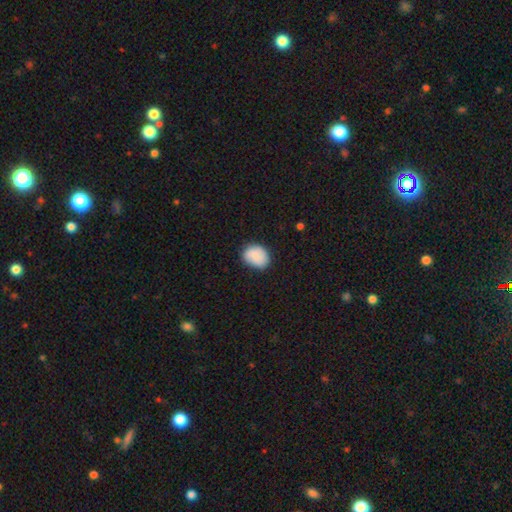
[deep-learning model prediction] Overall: smooth (85%). How rounded: in between (61%; round 39%). Merging: none (72%).